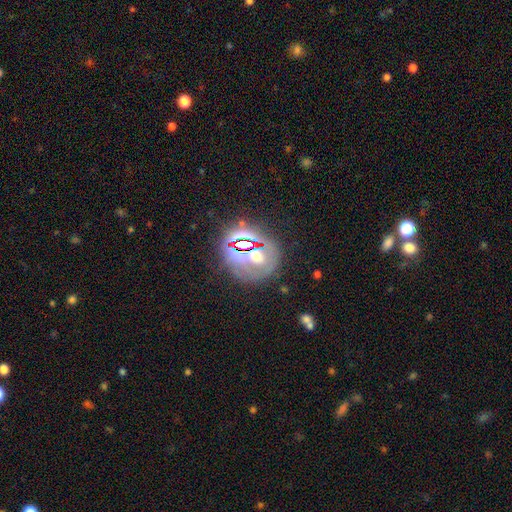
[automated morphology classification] Q: Smooth or featured?
A: star or artifact (44%); runner-up: smooth (31%)